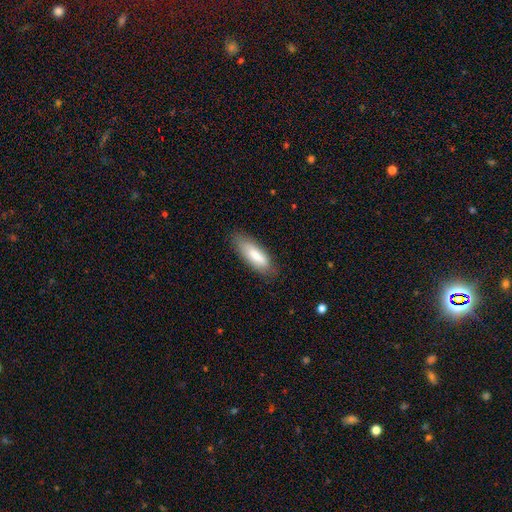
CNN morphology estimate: smooth_or_featured: smooth (p=0.80) [alt: featured or disk p=0.14]
how_rounded: in between (p=0.61) [alt: cigar-shaped p=0.38]
merging: none (p=0.78) [alt: minor disturbance p=0.17]